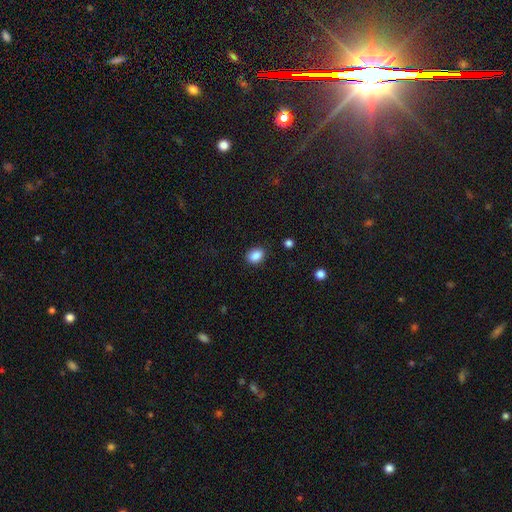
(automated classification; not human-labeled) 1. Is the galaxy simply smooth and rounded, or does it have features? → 87% smooth, 9% star or artifact, 4% featured or disk.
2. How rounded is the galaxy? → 67% in between, 32% round, 1% cigar-shaped.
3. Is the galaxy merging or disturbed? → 85% none, 10% minor disturbance, 3% major disturbance, 1% merger.